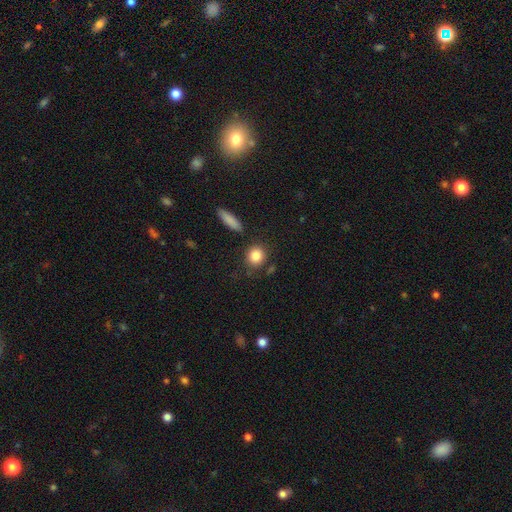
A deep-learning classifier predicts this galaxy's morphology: Overall: smooth (85%). How rounded: round (78%). Merging: none (80%).